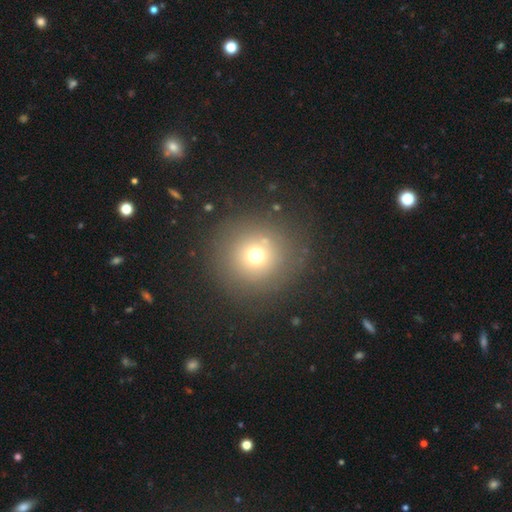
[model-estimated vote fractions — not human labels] This appears to be a smooth galaxy with no disk features (69%) that is round (93%). Merging: none (85%).